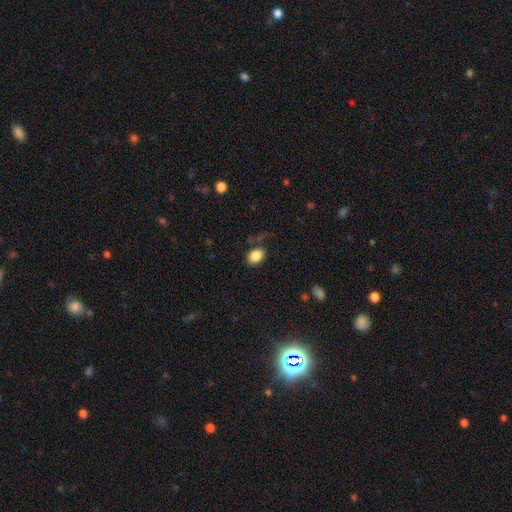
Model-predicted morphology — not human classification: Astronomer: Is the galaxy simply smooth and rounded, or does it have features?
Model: smooth — 86%.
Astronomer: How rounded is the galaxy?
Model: in between — 75%.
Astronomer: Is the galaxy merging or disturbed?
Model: none — 75%.